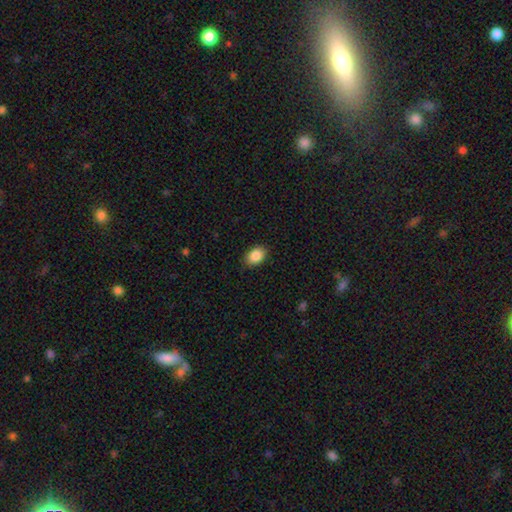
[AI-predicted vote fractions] smooth 87%, star or artifact 8%, featured or disk 5%. Down the decision tree: how rounded — in between (80%); merging — none (86%).